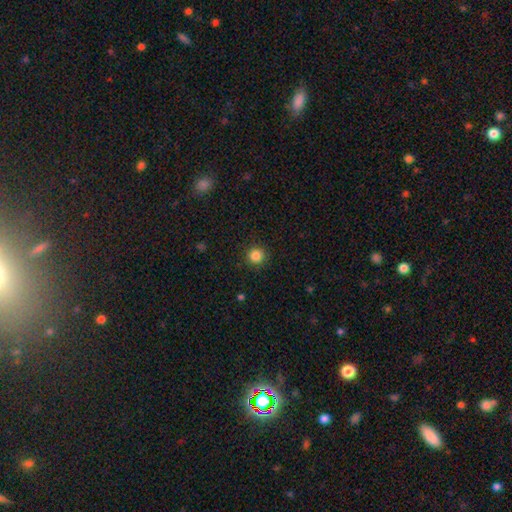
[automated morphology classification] type=smooth (85%); roundness=round (94%); merging=none (91%).